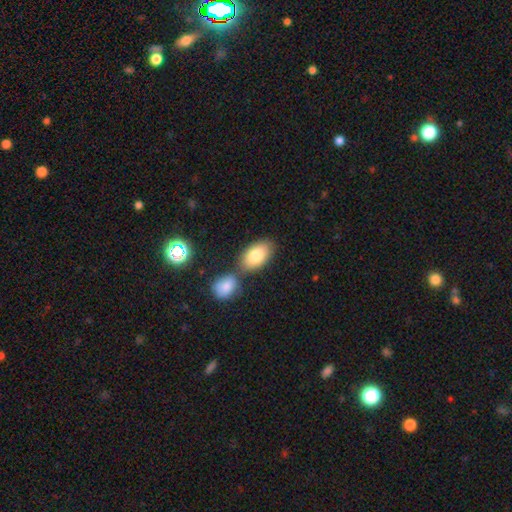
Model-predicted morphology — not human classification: Smooth or featured? smooth (80%)
How rounded? in between (91%)
Merging? none (61%)